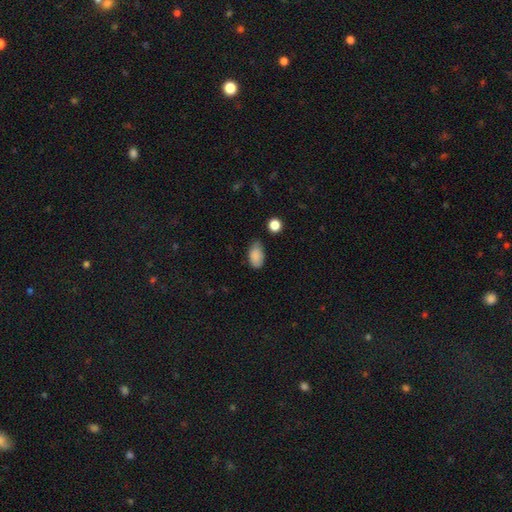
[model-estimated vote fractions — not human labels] smooth_or_featured: smooth (p=0.87) [alt: star or artifact p=0.08]
how_rounded: in between (p=0.92) [alt: round p=0.07]
merging: none (p=0.64) [alt: minor disturbance p=0.28]